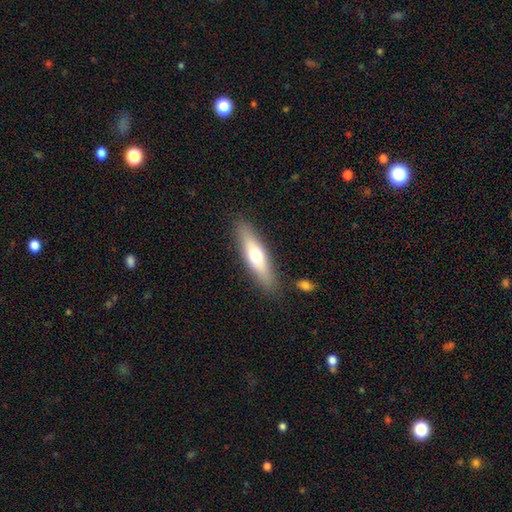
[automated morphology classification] A smooth galaxy with no disk features (56%) that is cigar-shaped (68%). Merging: none (85%).